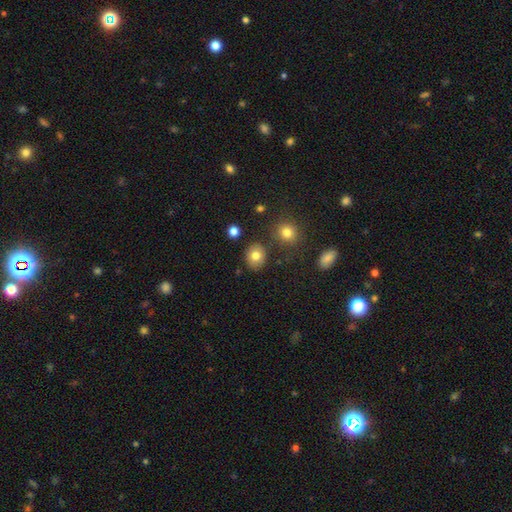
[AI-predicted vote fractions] This appears to be a smooth galaxy with no disk features (80%) that is round (70%). Merging: none (83%).